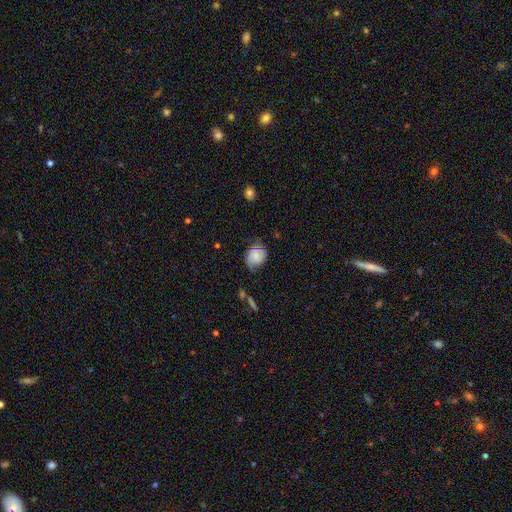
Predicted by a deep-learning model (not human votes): Smooth or featured: smooth — 54% (featured or disk — 36%)
How rounded: round — 52% (in between — 47%)
Merging: none — 58% (minor disturbance — 29%)